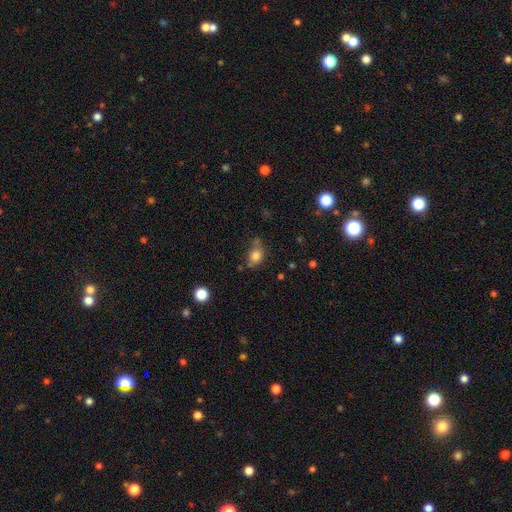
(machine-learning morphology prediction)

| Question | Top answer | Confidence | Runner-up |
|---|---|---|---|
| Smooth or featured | smooth | 79% | star or artifact (11%) |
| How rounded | in between | 63% | round (35%) |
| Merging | none | 54% | minor disturbance (26%) |